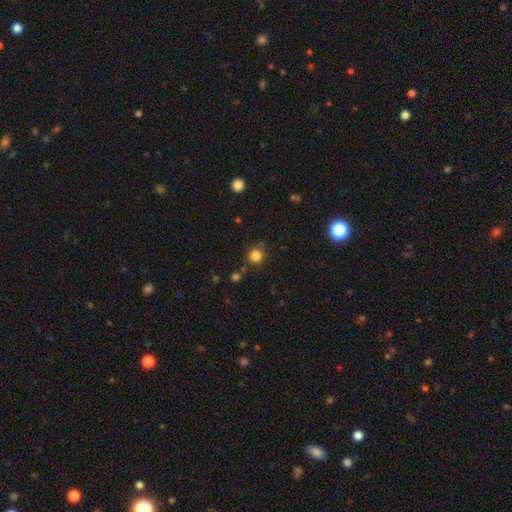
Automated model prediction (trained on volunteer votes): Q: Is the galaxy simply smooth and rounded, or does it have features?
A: smooth — 82%.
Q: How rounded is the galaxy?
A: round — 93%.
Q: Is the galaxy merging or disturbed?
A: none — 79%.